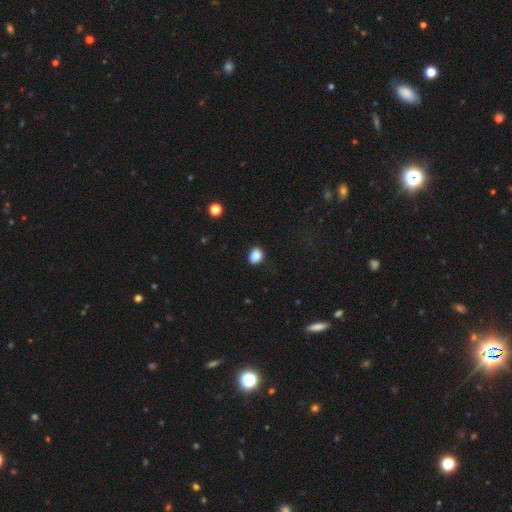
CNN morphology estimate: Smooth or featured? smooth (87%)
How rounded? in between (59%)
Merging? none (81%)